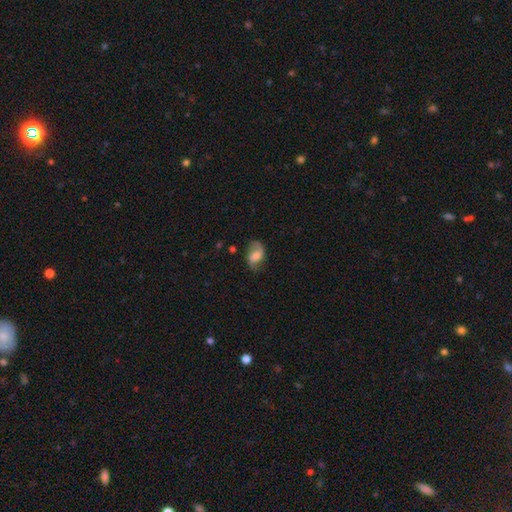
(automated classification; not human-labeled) The model was most divided on "smooth or featured": featured or disk: 48%, smooth: 43%, star or artifact: 9%. More confident: merging — none (58%).